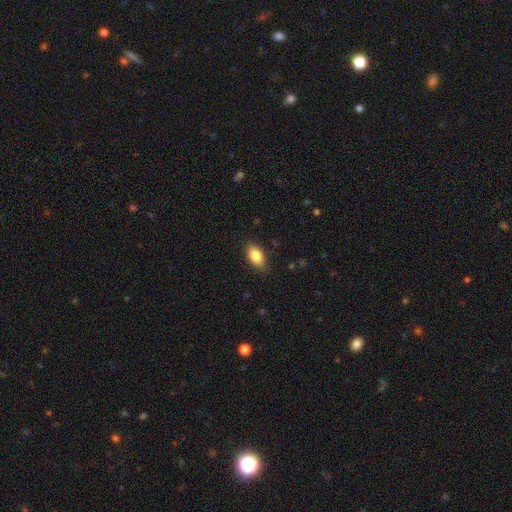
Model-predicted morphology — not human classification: smooth_or_featured: smooth (p=0.83) [alt: featured or disk p=0.09]
how_rounded: in between (p=0.87) [alt: round p=0.09]
merging: none (p=0.83) [alt: minor disturbance p=0.13]